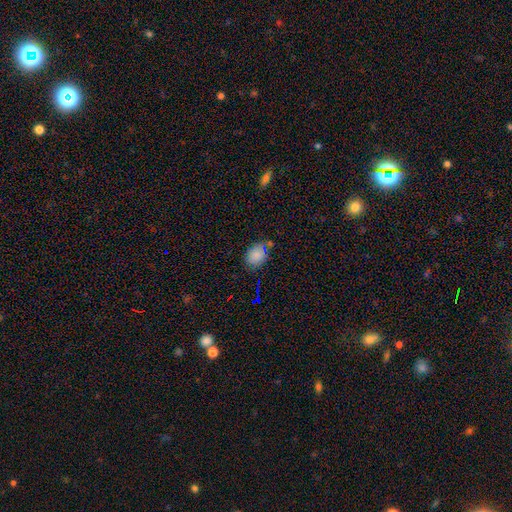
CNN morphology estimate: Smooth or featured?
  - smooth: 81% *
  - star or artifact: 13%
  - featured or disk: 6%
How rounded?
  - in between: 71% *
  - round: 27%
  - cigar-shaped: 1%
Merging?
  - none: 70% *
  - minor disturbance: 19%
  - merger: 6%
  - major disturbance: 4%